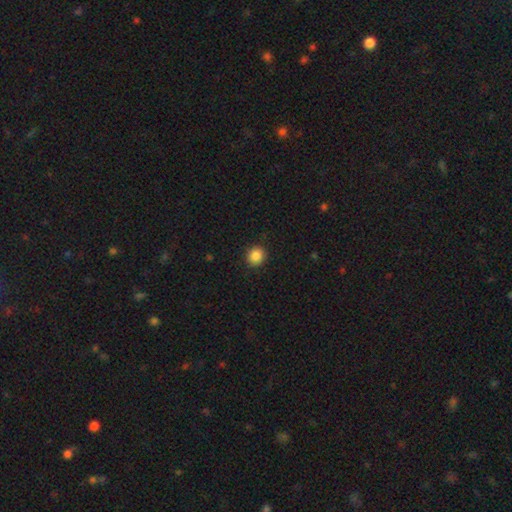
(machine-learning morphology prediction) smooth_or_featured: smooth (p=0.87) [alt: star or artifact p=0.10]
how_rounded: round (p=0.84) [alt: in between p=0.15]
merging: none (p=0.91) [alt: minor disturbance p=0.06]